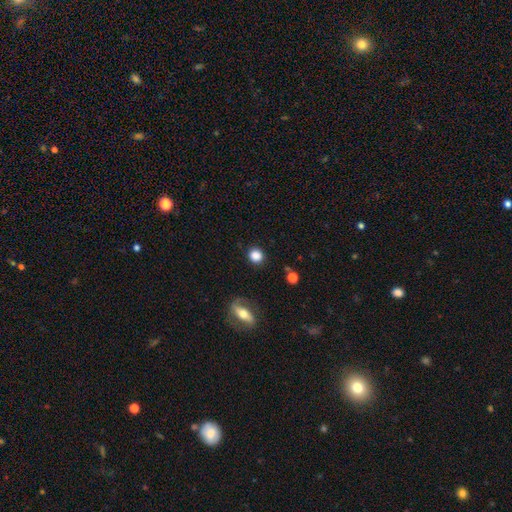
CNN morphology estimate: smooth_or_featured: smooth (p=0.84) [alt: star or artifact p=0.09]
how_rounded: round (p=0.86) [alt: in between p=0.12]
merging: none (p=0.87) [alt: minor disturbance p=0.08]